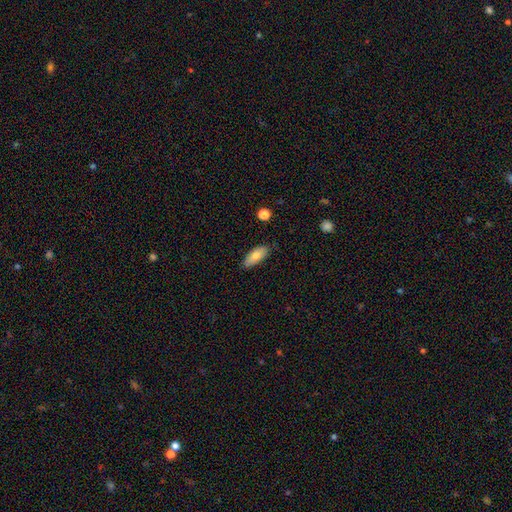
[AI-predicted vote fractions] smooth_or_featured: smooth (p=0.81) [alt: featured or disk p=0.12]
how_rounded: in between (p=0.80) [alt: cigar-shaped p=0.18]
merging: none (p=0.81) [alt: minor disturbance p=0.15]